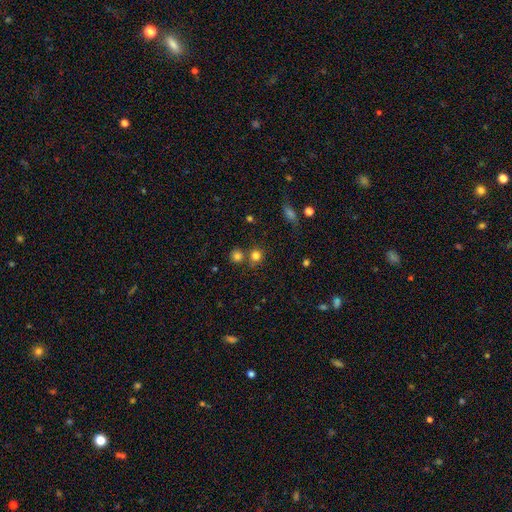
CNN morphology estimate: smooth_or_featured: smooth (p=0.78) [alt: star or artifact p=0.16]
how_rounded: round (p=0.87) [alt: in between p=0.11]
merging: none (p=0.66) [alt: merger p=0.21]